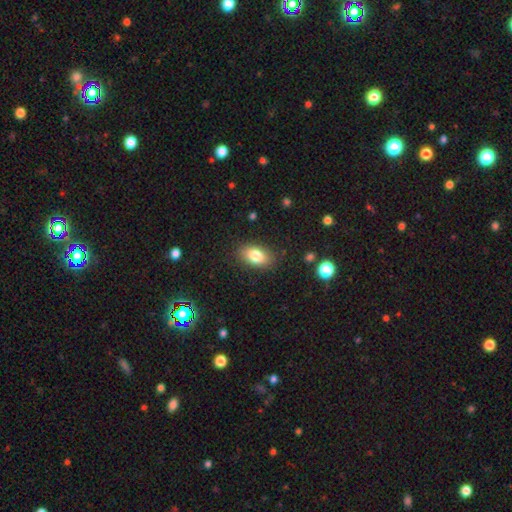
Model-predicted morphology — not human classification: This is clearly a smooth galaxy (81%). How rounded: clearly in between (88%). Merging: clearly none (86%).